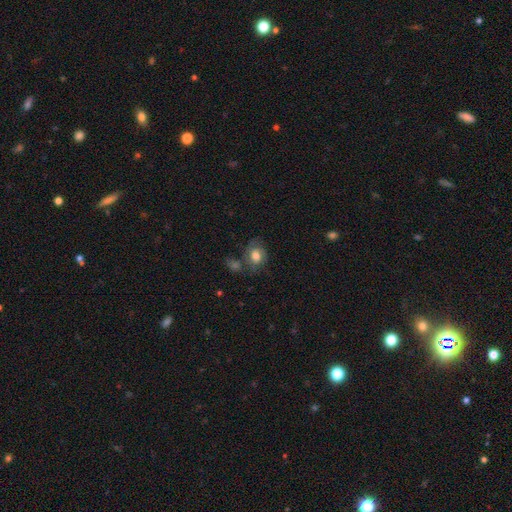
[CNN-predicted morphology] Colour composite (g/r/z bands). It shows a smooth galaxy with no disk features (58%) that is in between round and cigar-shaped (60%). Merging: none (52%).